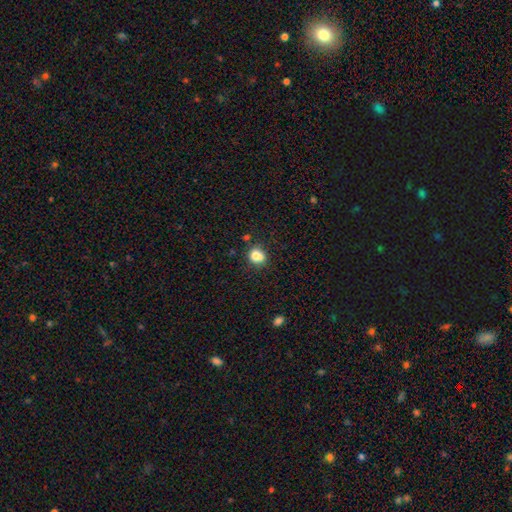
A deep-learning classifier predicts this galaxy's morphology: A smooth galaxy with no disk features (80%) that is round (68%). Merging: none (61%).